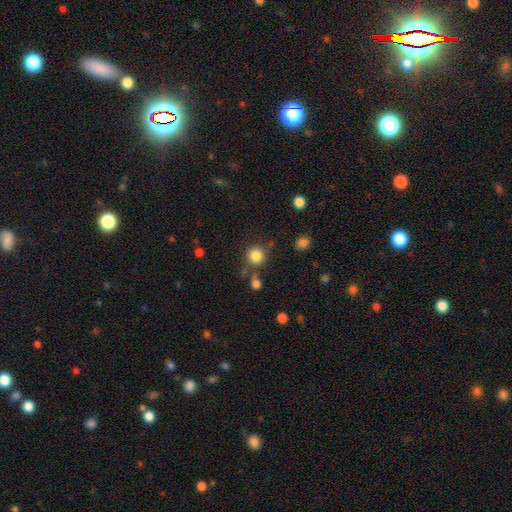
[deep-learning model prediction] smooth_or_featured: smooth (p=0.84) [alt: star or artifact p=0.11]
how_rounded: round (p=0.92) [alt: in between p=0.07]
merging: none (p=0.75) [alt: minor disturbance p=0.10]